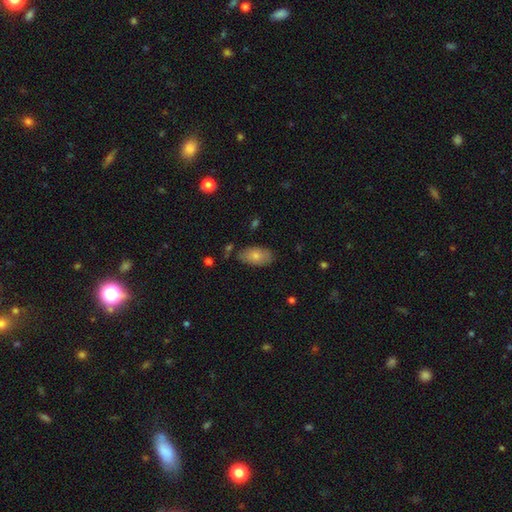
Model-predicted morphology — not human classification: smooth-or-featured: smooth: 77% | featured or disk: 16% | star or artifact: 7%
  how-rounded: in between: 93% | round: 4% | cigar-shaped: 3%
  merging: none: 77% | minor disturbance: 18% | major disturbance: 3% | merger: 3%